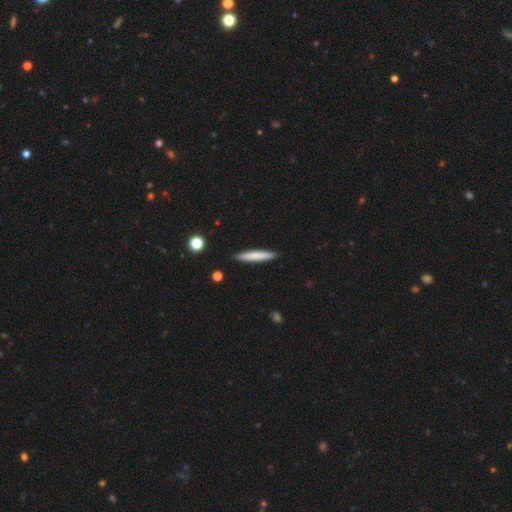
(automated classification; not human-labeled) smooth 74%, featured or disk 21%, star or artifact 6%. Down the decision tree: how rounded — cigar-shaped (94%); merging — none (90%).